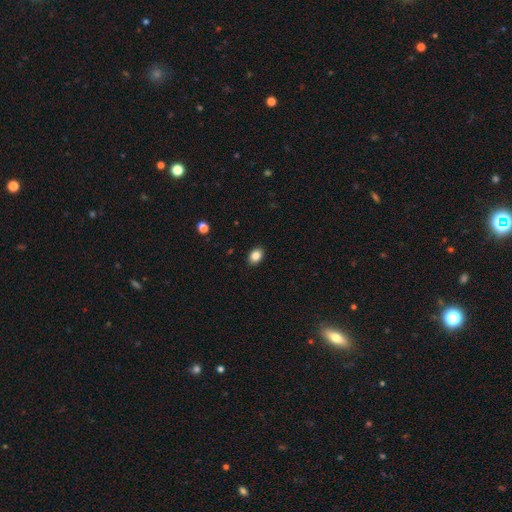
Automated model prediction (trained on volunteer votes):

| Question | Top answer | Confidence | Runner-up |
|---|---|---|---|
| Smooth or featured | smooth | 87% | star or artifact (9%) |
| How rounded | in between | 76% | round (23%) |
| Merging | none | 90% | minor disturbance (8%) |